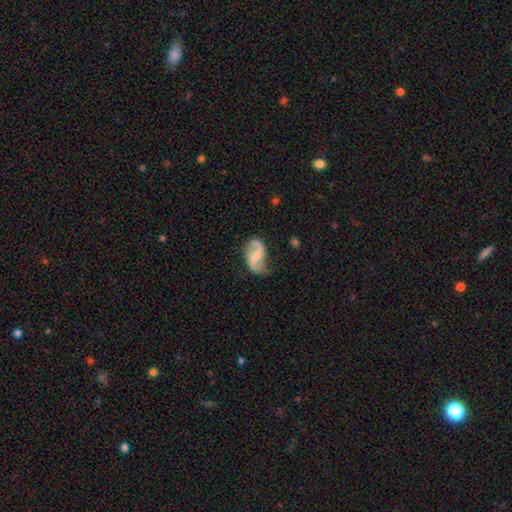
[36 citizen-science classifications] Q: Smooth or featured?
A: featured or disk (86%); runner-up: smooth (8%)
Q: Edge-on disk?
A: no (97%); runner-up: yes (3%)
Q: Bar?
A: weak (43%); runner-up: no (40%)
Q: Spiral arms?
A: yes (90%); runner-up: no (10%)
Q: Spiral winding?
A: loose (67%); runner-up: medium (33%)
Q: Spiral arm count?
A: 2 (100%)
Q: Bulge size?
A: moderate (63%); runner-up: small (27%)
Q: Merging?
A: none (74%); runner-up: minor disturbance (18%)